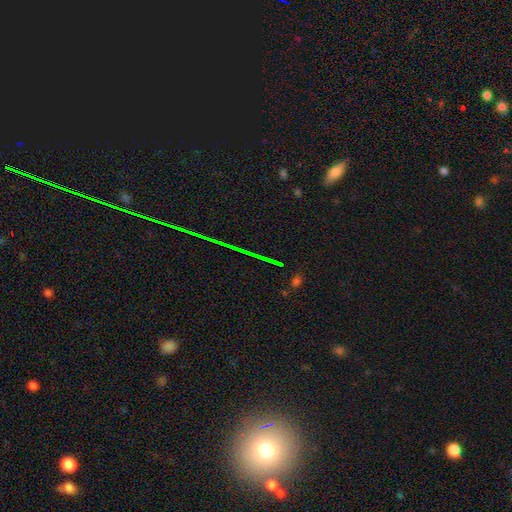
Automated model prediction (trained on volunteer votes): The model was most divided on "smooth or featured": star or artifact: 72%, smooth: 16%, featured or disk: 12%.